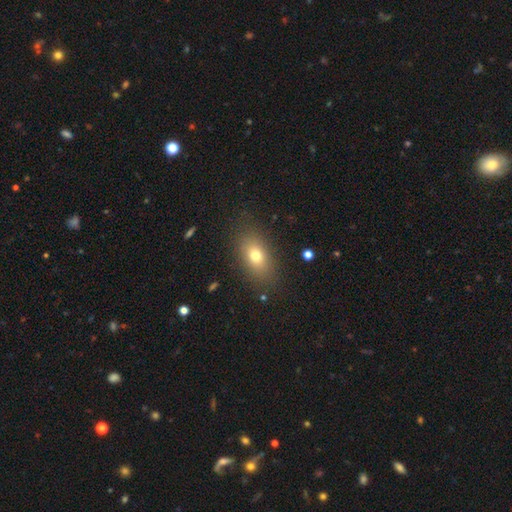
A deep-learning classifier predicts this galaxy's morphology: smooth-or-featured: smooth: 73% | featured or disk: 15% | star or artifact: 12%
  how-rounded: in between: 82% | round: 14% | cigar-shaped: 4%
  merging: none: 83% | minor disturbance: 11% | major disturbance: 5% | merger: 1%